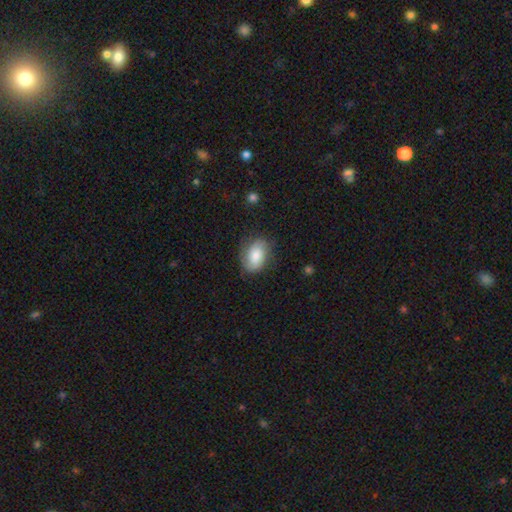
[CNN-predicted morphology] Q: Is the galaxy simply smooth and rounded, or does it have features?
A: smooth — 65%.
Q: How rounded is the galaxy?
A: in between — 83%.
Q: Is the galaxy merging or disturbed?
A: none — 72%.